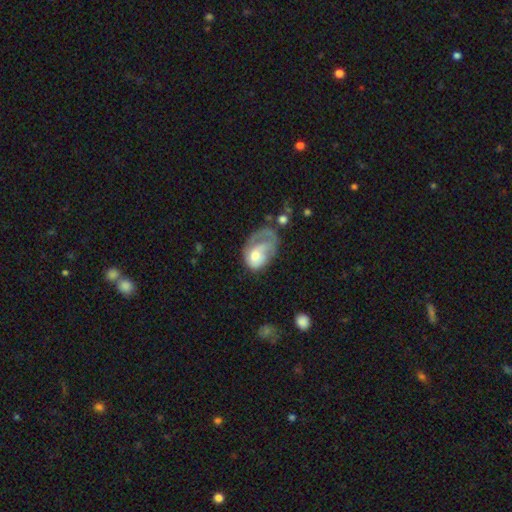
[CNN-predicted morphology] The model was most divided on "smooth or featured": featured or disk: 48%, smooth: 45%, star or artifact: 7%. More confident: merging — major disturbance (53%).